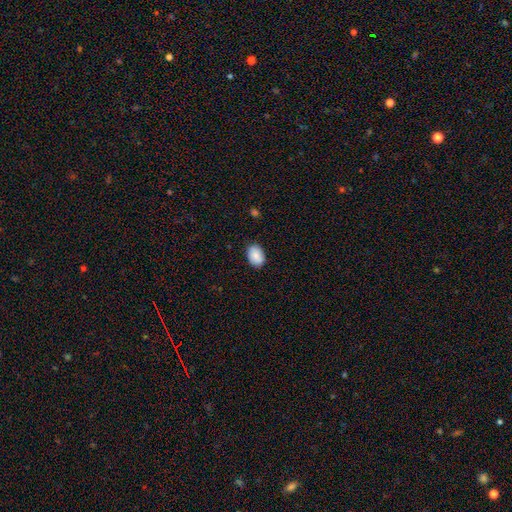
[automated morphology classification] A smooth galaxy with no disk features (88%) that is in between round and cigar-shaped (81%).

Vote fractions:
- Smooth or featured? smooth: 88% / star or artifact: 7% / featured or disk: 5%
- How rounded? in between: 81% / round: 18% / cigar-shaped: 1%
- Merging? none: 84% / minor disturbance: 13% / major disturbance: 2% / merger: 1%